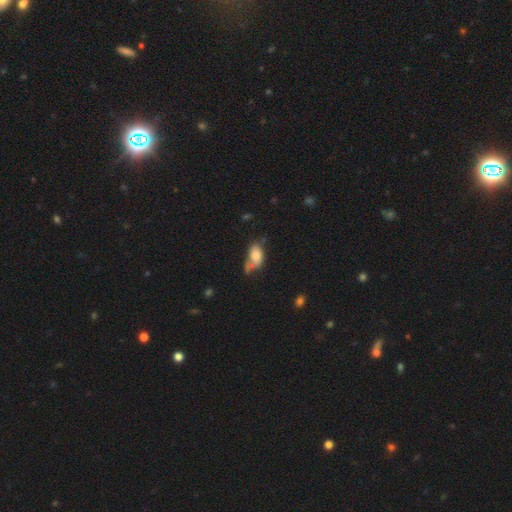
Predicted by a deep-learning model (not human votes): smooth 72%, featured or disk 20%, star or artifact 8%. Down the decision tree: how rounded — in between (91%); merging — none (34%).